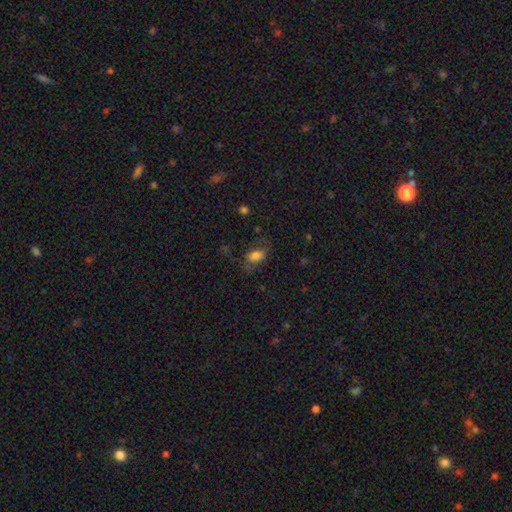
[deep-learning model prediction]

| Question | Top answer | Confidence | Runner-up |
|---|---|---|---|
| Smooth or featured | smooth | 72% | featured or disk (17%) |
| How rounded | in between | 86% | round (11%) |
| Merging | none | 61% | minor disturbance (21%) |